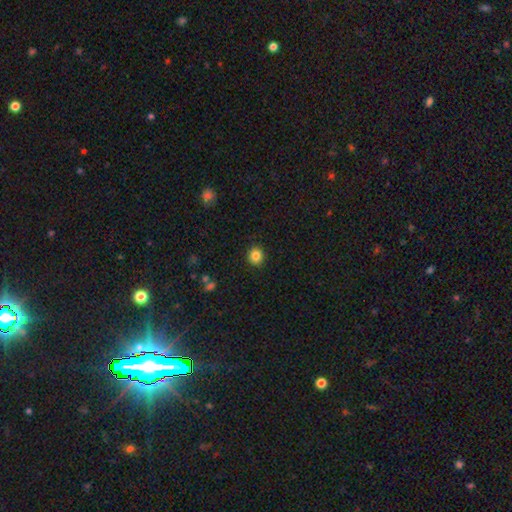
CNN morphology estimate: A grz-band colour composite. It shows a smooth galaxy with no disk features (84%) that is round (86%). Merging: none (91%).